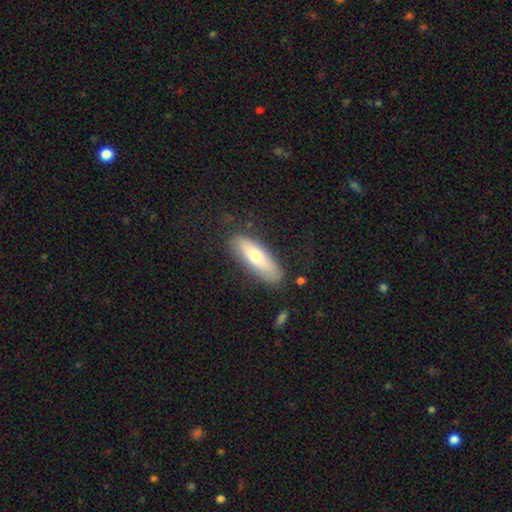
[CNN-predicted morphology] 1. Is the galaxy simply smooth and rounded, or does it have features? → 63% smooth, 30% featured or disk, 6% star or artifact.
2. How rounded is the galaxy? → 51% cigar-shaped, 47% in between, 2% round.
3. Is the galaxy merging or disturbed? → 80% none, 14% minor disturbance, 4% major disturbance, 2% merger.